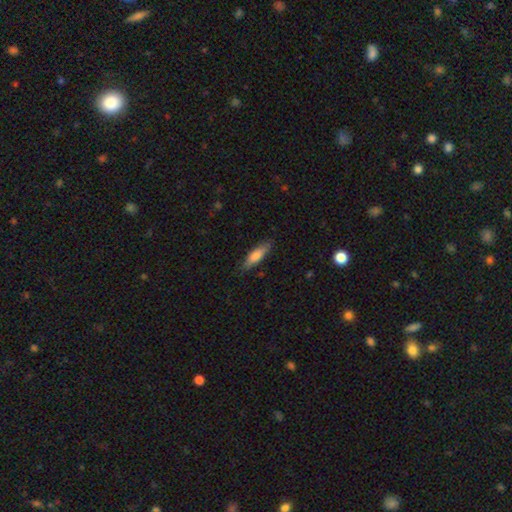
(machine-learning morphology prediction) Overall: smooth (76%). How rounded: cigar-shaped (62%; in between 36%). Merging: none (82%).